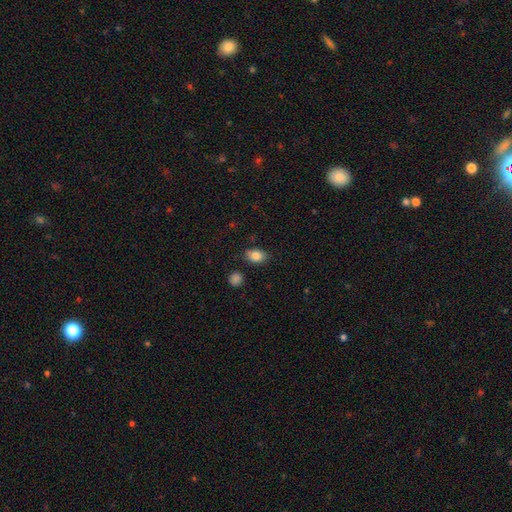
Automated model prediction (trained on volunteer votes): This is clearly a smooth galaxy (85%). How rounded: clearly in between (81%). Merging: clearly none (81%).